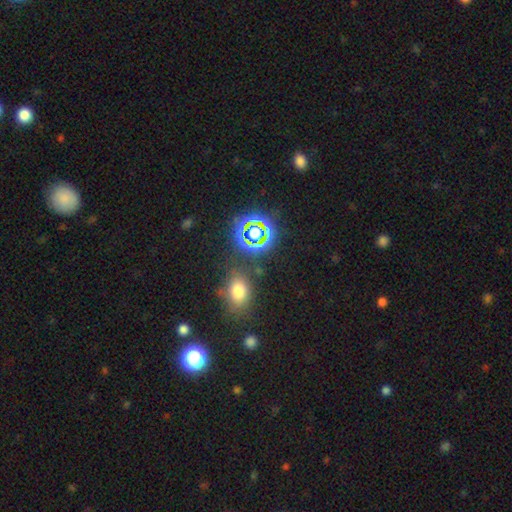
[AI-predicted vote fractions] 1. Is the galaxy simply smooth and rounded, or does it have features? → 48% smooth, 44% star or artifact, 7% featured or disk.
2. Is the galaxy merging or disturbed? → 80% none, 9% merger, 7% minor disturbance, 3% major disturbance.